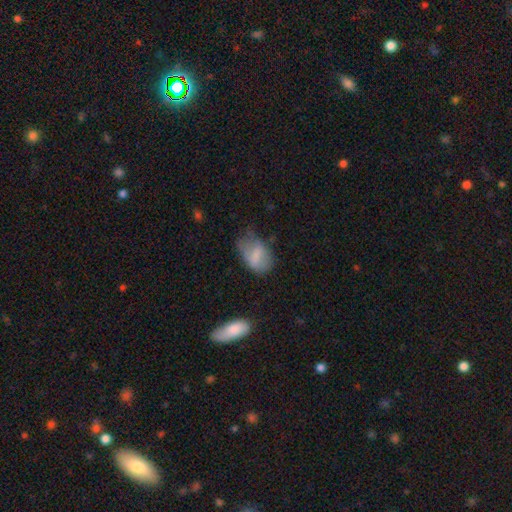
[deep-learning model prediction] Overall: smooth (68%). How rounded: in between (88%). Merging: minor disturbance (37%, tied with none).